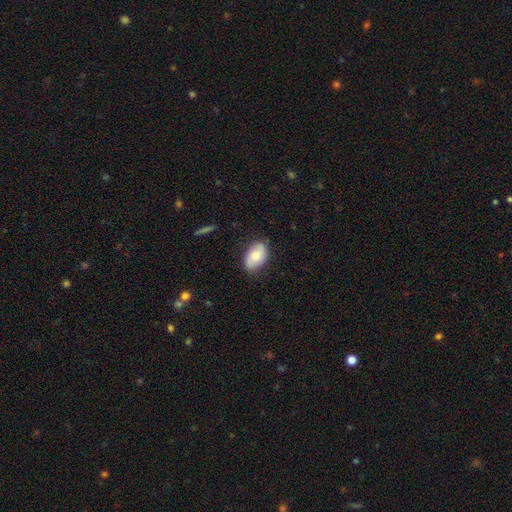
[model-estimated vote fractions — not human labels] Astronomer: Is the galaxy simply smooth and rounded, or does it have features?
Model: smooth — 69%.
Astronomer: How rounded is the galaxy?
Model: in between — 89%.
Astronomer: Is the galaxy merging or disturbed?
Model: none — 78%.